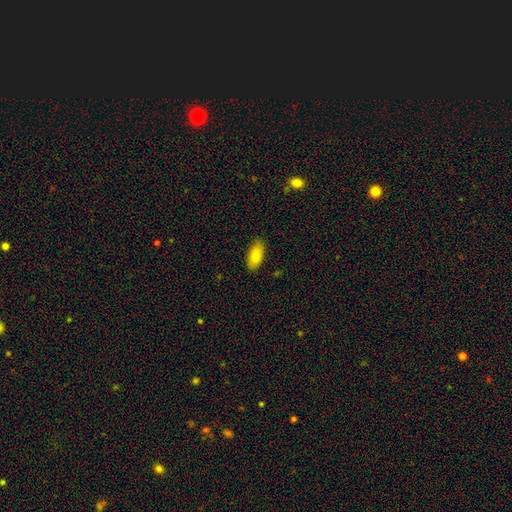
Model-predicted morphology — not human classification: This appears to be a smooth galaxy with no disk features (85%) that is in between round and cigar-shaped (88%). Merging: none (87%).